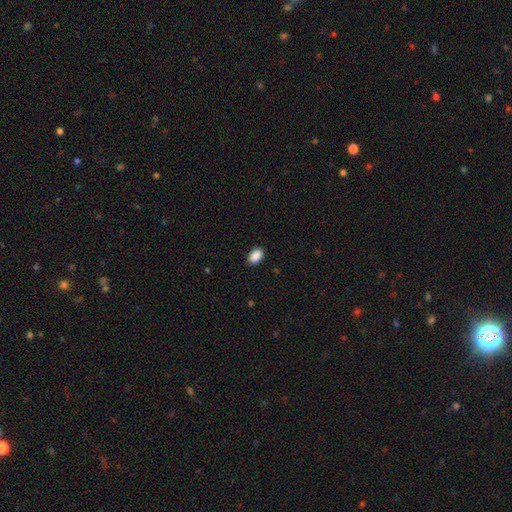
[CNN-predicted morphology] Overall: smooth (90%). How rounded: in between (91%). Merging: none (88%).